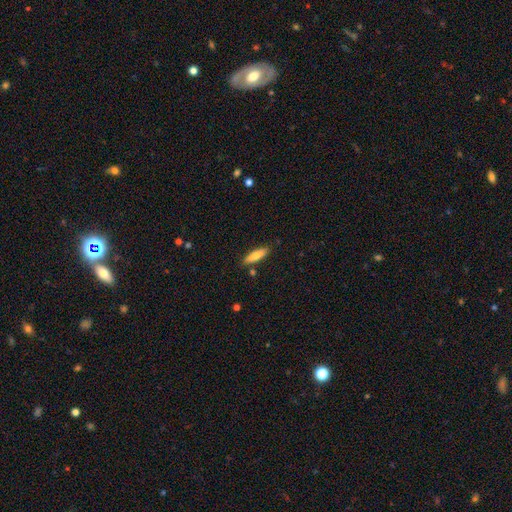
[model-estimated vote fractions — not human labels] Morphology: type=smooth (75%); roundness=cigar-shaped (60%); merging=none (84%).